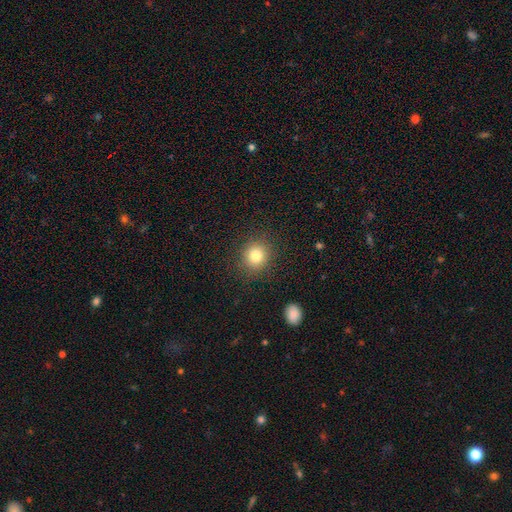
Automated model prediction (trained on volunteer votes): Q: Smooth or featured?
A: smooth (81%); runner-up: star or artifact (11%)
Q: How rounded?
A: round (85%); runner-up: in between (14%)
Q: Merging?
A: none (88%); runner-up: minor disturbance (8%)